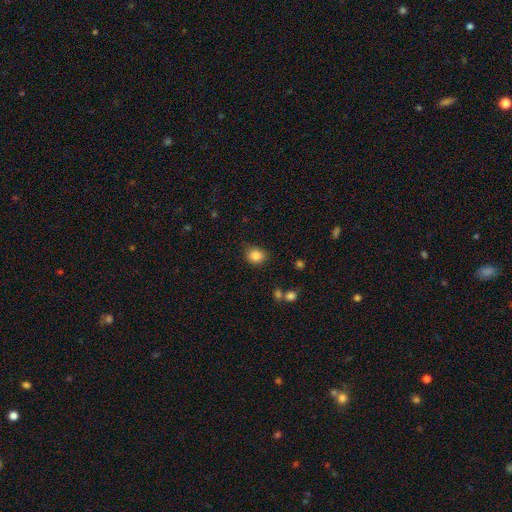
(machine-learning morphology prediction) smooth-or-featured: smooth: 85% | star or artifact: 10% | featured or disk: 5%
  how-rounded: round: 69% | in between: 31% | cigar-shaped: 1%
  merging: none: 79% | minor disturbance: 15% | major disturbance: 4% | merger: 2%